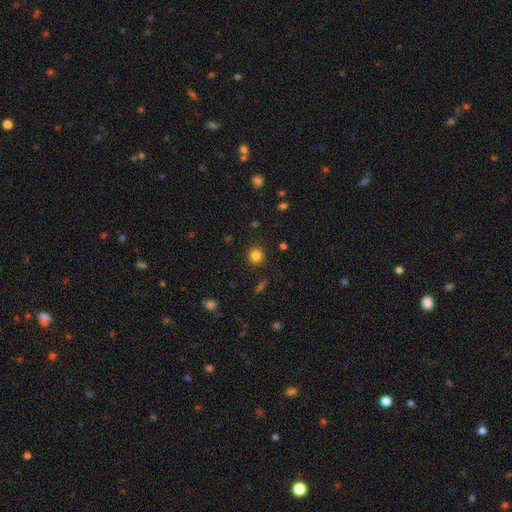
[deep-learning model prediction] Morphology: type=smooth (83%); roundness=round (91%); merging=none (90%).